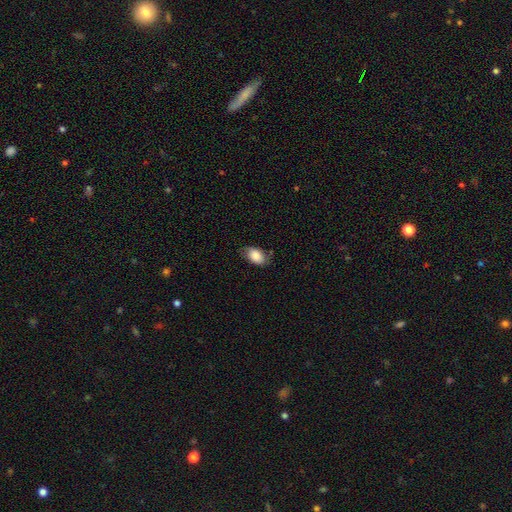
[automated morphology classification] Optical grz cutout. It shows a smooth galaxy with no disk features (84%) that is in between round and cigar-shaped (89%). Merging: none (70%).